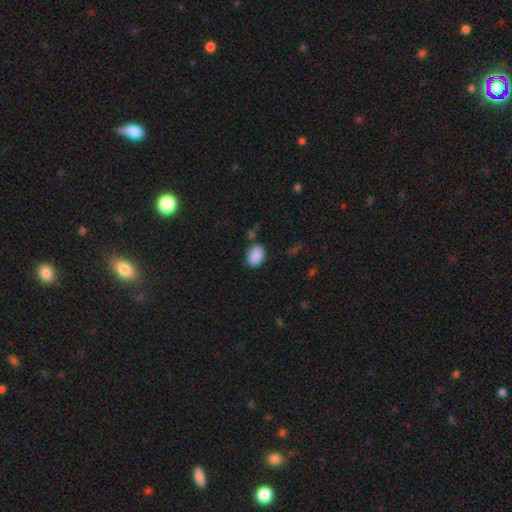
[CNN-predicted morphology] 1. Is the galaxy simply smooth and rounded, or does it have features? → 89% smooth, 8% star or artifact, 3% featured or disk.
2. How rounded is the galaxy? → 79% in between, 20% round, 1% cigar-shaped.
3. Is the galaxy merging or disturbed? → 80% none, 13% minor disturbance, 3% major disturbance, 3% merger.